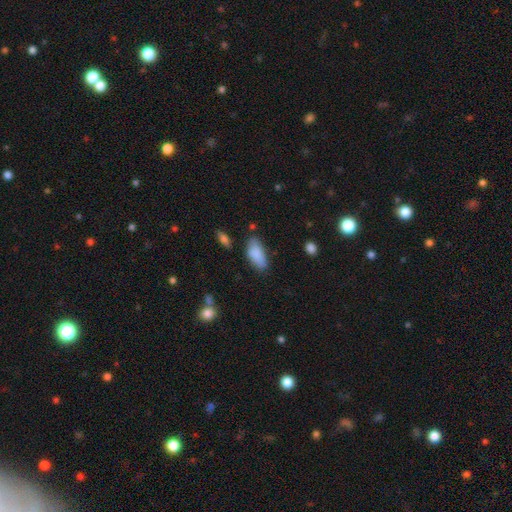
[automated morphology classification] Smooth or featured: smooth — 85% (featured or disk — 8%)
How rounded: in between — 87% (cigar-shaped — 10%)
Merging: none — 65% (minor disturbance — 25%)